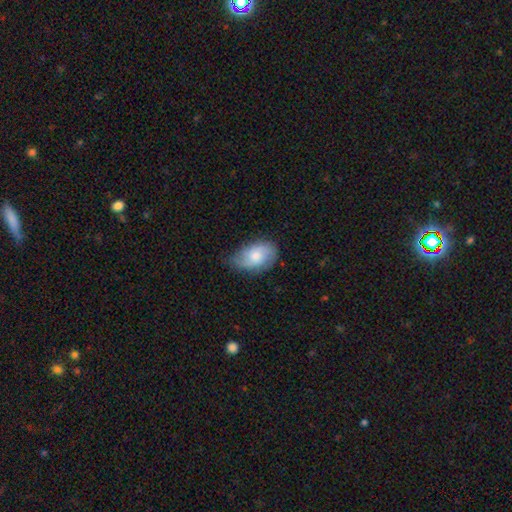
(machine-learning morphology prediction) This appears to be a smooth galaxy with no disk features (56%) that is in between round and cigar-shaped (87%). Merging: none (61%).